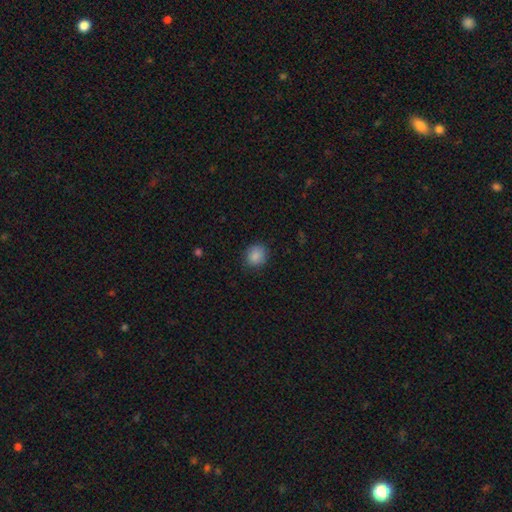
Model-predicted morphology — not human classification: Smooth or featured? smooth (87%)
How rounded? round (74%)
Merging? none (85%)